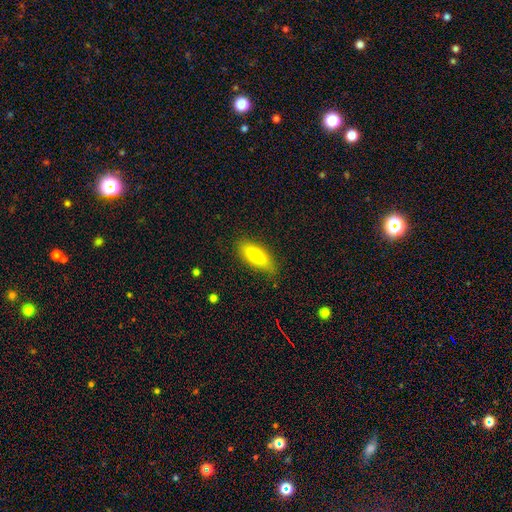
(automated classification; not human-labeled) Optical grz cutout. It shows a smooth galaxy with no disk features (78%) that is in between round and cigar-shaped (73%). Merging: none (79%).